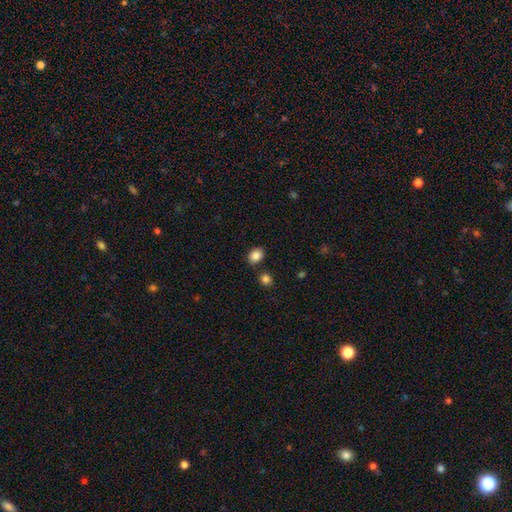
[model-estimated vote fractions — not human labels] Q: Smooth or featured?
A: smooth (86%); runner-up: star or artifact (9%)
Q: How rounded?
A: in between (55%); runner-up: round (44%)
Q: Merging?
A: none (81%); runner-up: minor disturbance (10%)